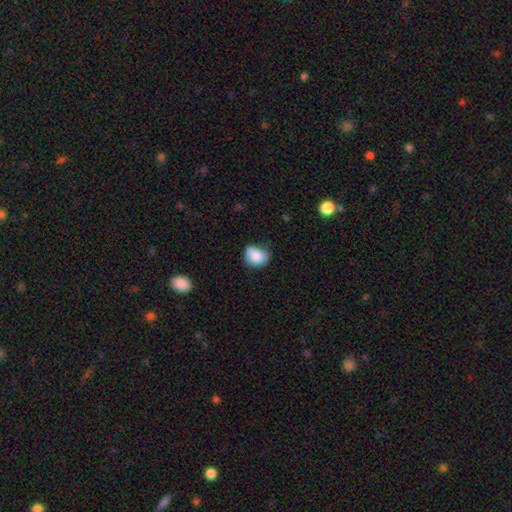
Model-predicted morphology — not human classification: A smooth galaxy with no disk features (82%) that is round (57%). Merging: none (50%).